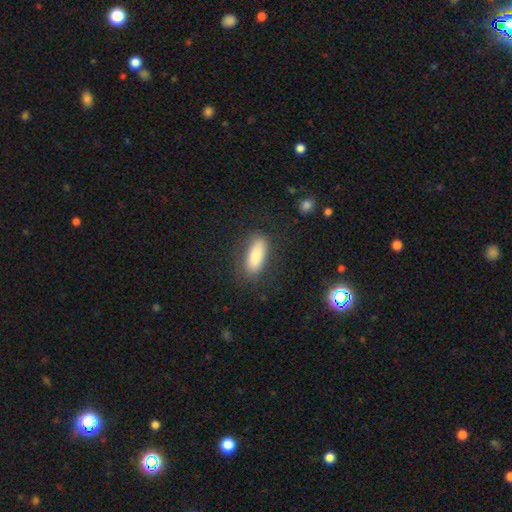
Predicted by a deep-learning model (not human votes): smooth 78%, featured or disk 14%, star or artifact 8%. Down the decision tree: how rounded — in between (66%); merging — none (82%).